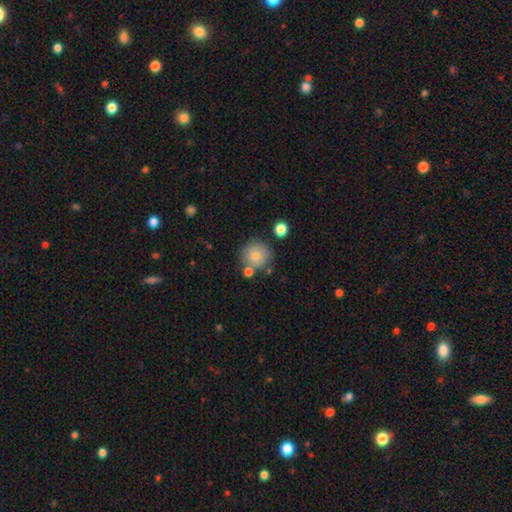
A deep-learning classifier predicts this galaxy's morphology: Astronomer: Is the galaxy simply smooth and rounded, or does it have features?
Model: smooth — 79%.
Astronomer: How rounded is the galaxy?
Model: round — 92%.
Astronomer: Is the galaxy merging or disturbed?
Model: none — 72%.